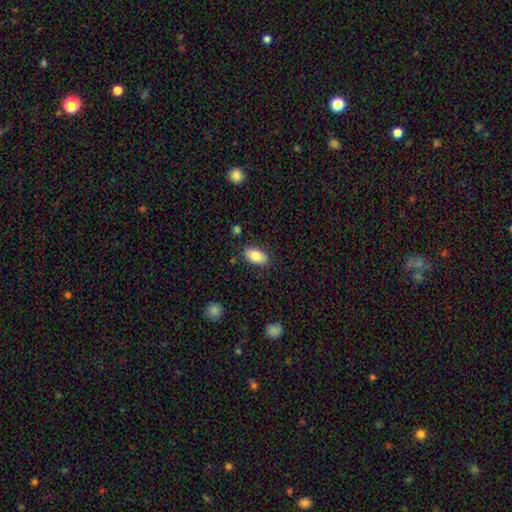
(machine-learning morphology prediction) smooth-or-featured: smooth: 83% | featured or disk: 10% | star or artifact: 7%
  how-rounded: in between: 93% | round: 4% | cigar-shaped: 3%
  merging: none: 85% | minor disturbance: 11% | major disturbance: 2% | merger: 2%